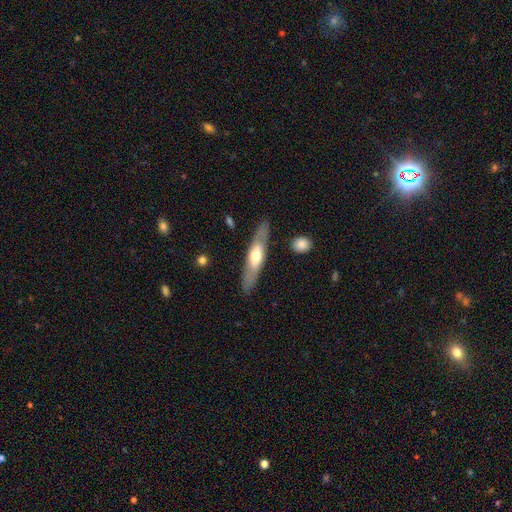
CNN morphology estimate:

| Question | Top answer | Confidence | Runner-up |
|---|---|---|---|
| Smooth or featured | featured or disk | 52% | smooth (43%) |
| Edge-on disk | yes | 72% | no (28%) |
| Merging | none | 85% | minor disturbance (10%) |